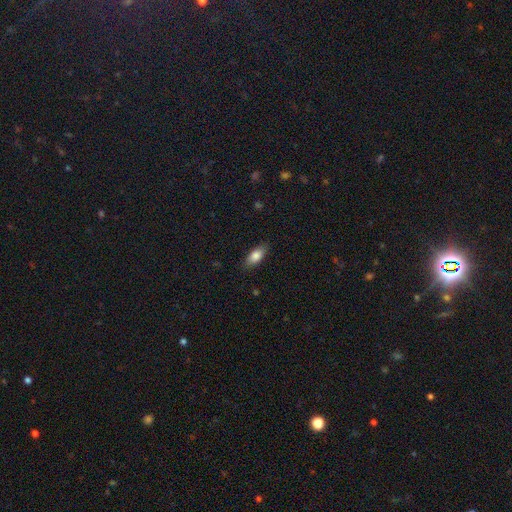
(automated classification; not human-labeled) Q: Smooth or featured?
A: smooth (82%); runner-up: featured or disk (11%)
Q: How rounded?
A: in between (84%); runner-up: cigar-shaped (13%)
Q: Merging?
A: none (83%); runner-up: minor disturbance (13%)